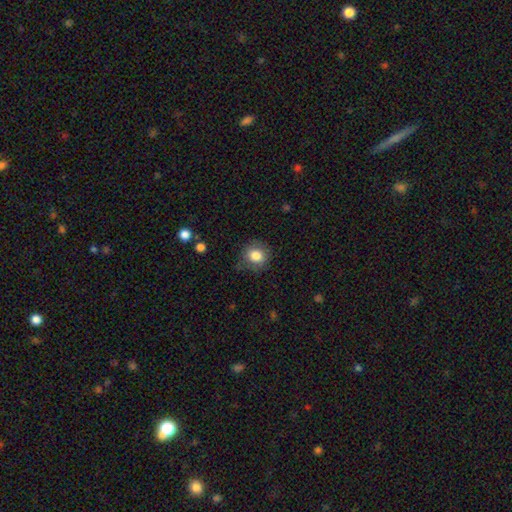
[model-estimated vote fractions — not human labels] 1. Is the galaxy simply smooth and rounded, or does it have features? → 84% smooth, 9% star or artifact, 7% featured or disk.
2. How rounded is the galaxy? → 80% round, 19% in between, 1% cigar-shaped.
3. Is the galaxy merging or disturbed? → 80% none, 14% minor disturbance, 4% major disturbance, 1% merger.